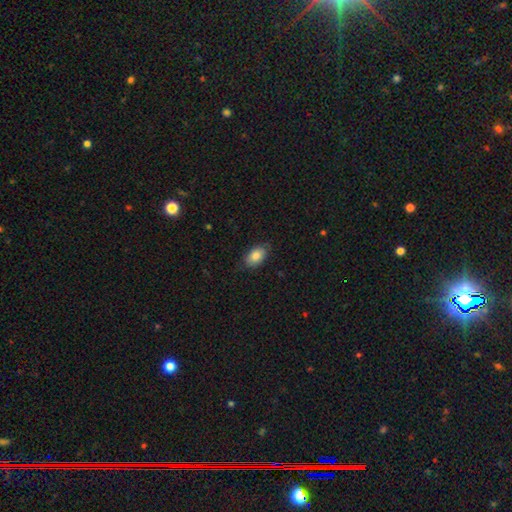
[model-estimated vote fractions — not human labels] smooth 84%, featured or disk 9%, star or artifact 7%. Down the decision tree: how rounded — in between (92%); merging — none (81%).